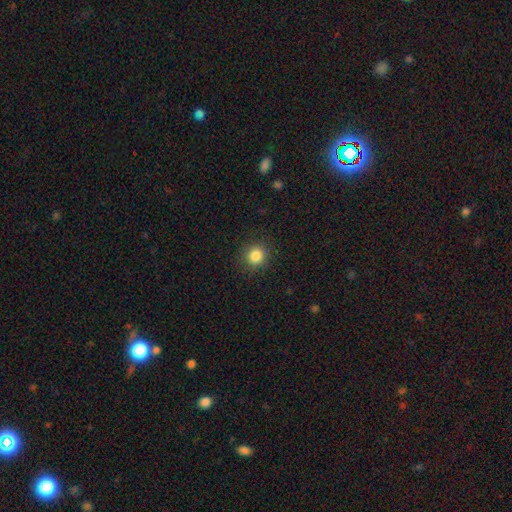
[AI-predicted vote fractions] Smooth or featured? smooth (85%)
How rounded? round (91%)
Merging? none (90%)